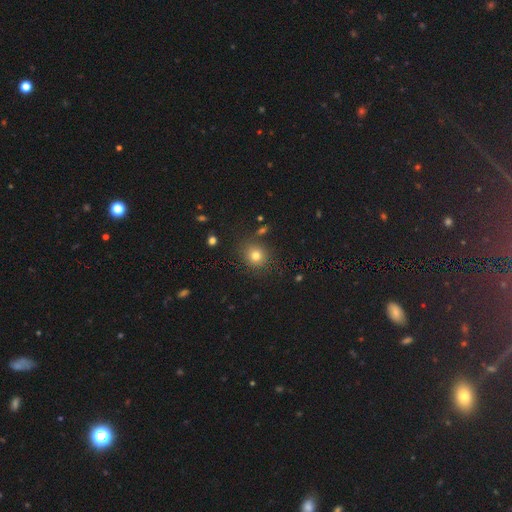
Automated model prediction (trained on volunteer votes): Smooth or featured? Predicted: smooth (p=0.77). How rounded? Predicted: round (p=0.81). Merging? Predicted: none (p=0.84).